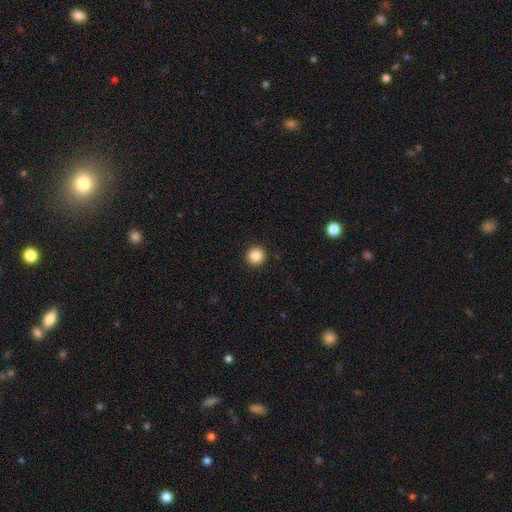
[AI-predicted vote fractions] Smooth or featured? smooth (86%)
How rounded? round (95%)
Merging? none (93%)